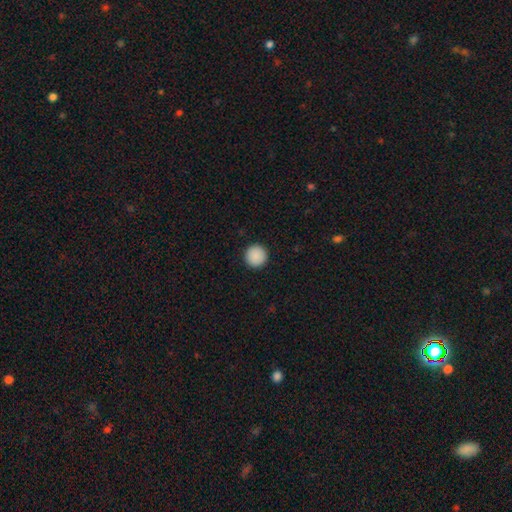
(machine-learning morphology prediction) Smooth or featured? Predicted: smooth (p=0.90). How rounded? Predicted: round (p=0.97). Merging? Predicted: none (p=0.94).